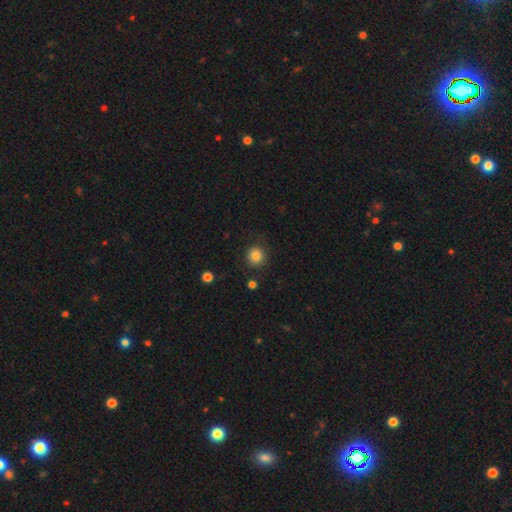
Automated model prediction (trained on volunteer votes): Smooth or featured: smooth — 84% (star or artifact — 11%)
How rounded: round — 91% (in between — 9%)
Merging: none — 85% (minor disturbance — 10%)